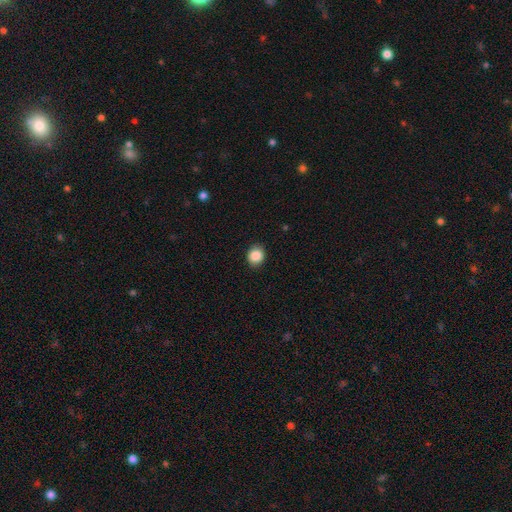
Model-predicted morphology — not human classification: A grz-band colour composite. It shows a smooth galaxy with no disk features (88%) that is round (74%). Merging: none (89%).